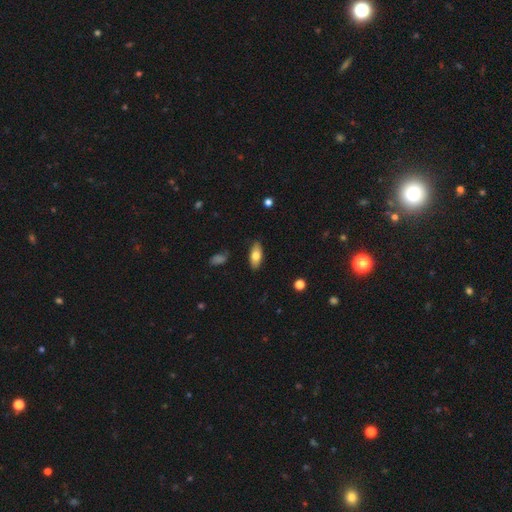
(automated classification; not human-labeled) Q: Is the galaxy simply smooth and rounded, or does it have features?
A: smooth — 75%.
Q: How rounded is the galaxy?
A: in between — 85%.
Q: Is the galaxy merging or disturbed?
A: none — 85%.